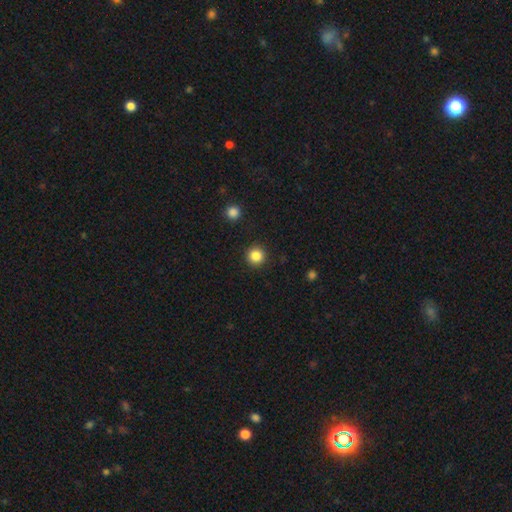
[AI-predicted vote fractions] Q: Smooth or featured?
A: smooth (85%); runner-up: star or artifact (11%)
Q: How rounded?
A: round (95%); runner-up: in between (4%)
Q: Merging?
A: none (92%); runner-up: minor disturbance (5%)